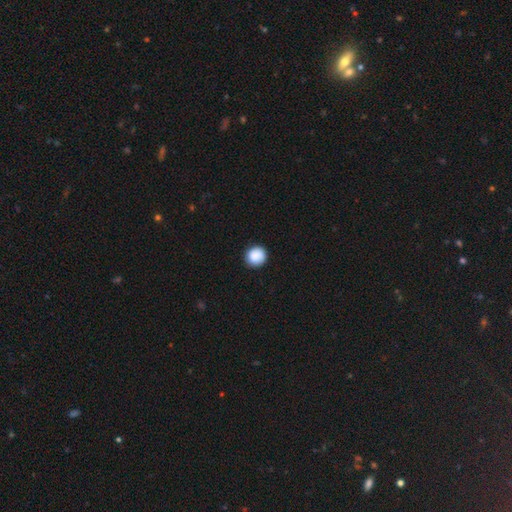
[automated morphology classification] Overall: smooth (89%). How rounded: round (92%). Merging: none (90%).